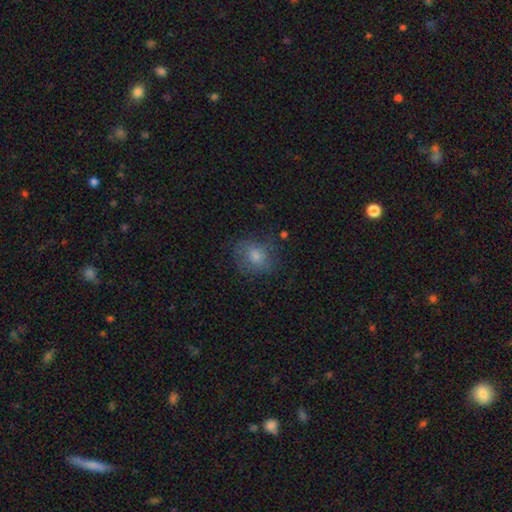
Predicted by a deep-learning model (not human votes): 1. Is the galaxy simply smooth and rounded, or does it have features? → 65% smooth, 21% featured or disk, 14% star or artifact.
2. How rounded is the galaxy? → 68% round, 31% in between, 1% cigar-shaped.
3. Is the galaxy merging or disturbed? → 73% none, 18% minor disturbance, 7% major disturbance, 2% merger.